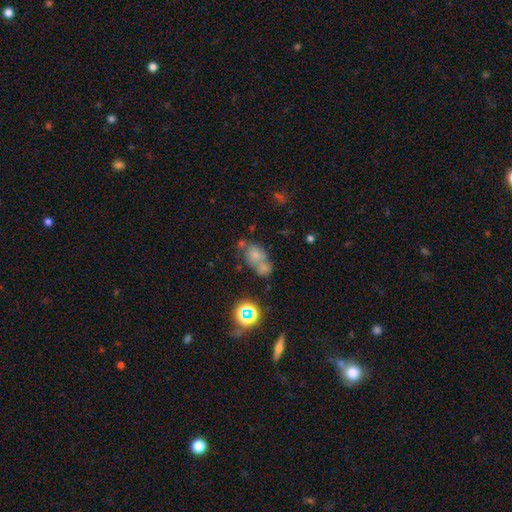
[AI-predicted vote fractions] Overall: smooth (66%). How rounded: in between (66%; round 32%). Merging: merger (50%; none 32%).